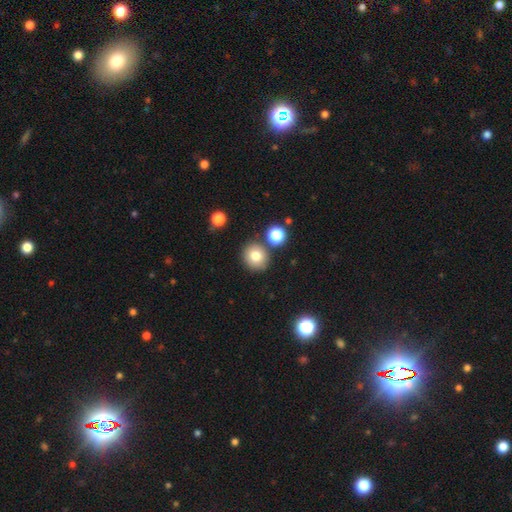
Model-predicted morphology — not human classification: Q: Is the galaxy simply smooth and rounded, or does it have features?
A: smooth — 78%.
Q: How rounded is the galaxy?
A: round — 86%.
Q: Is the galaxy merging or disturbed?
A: none — 79%.